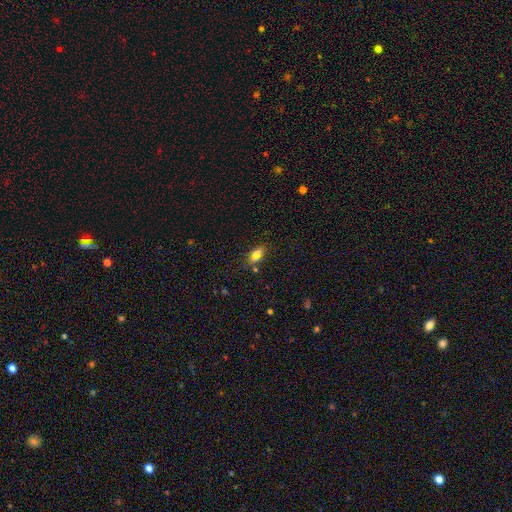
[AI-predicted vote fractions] Morphology: type=smooth (58%); roundness=in between (69%); merging=none (74%).